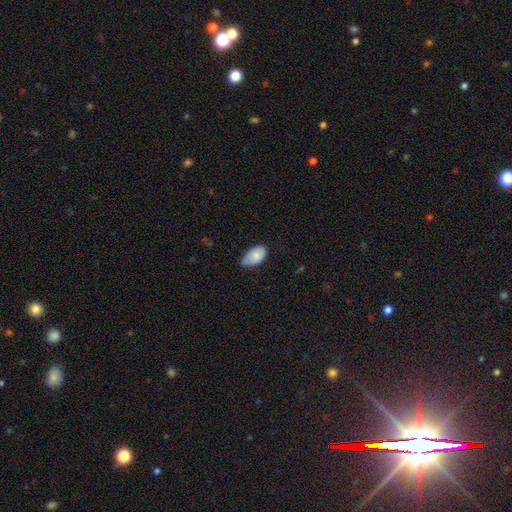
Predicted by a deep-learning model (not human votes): Q: Smooth or featured?
A: smooth (85%); runner-up: featured or disk (9%)
Q: How rounded?
A: in between (94%); runner-up: round (4%)
Q: Merging?
A: none (50%); runner-up: minor disturbance (42%)